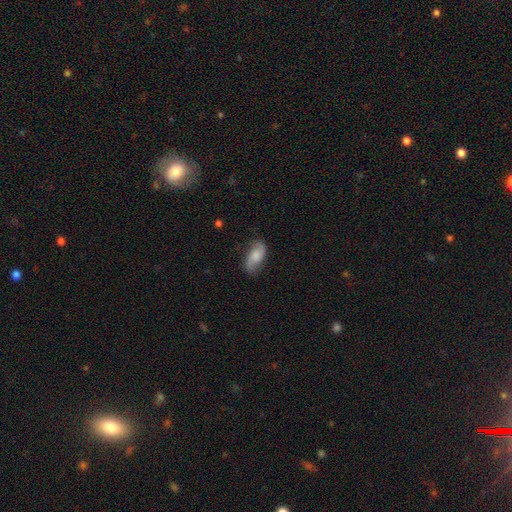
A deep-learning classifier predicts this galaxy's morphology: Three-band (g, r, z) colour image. It shows a featured or disk galaxy (47%). Merging: none (74%).